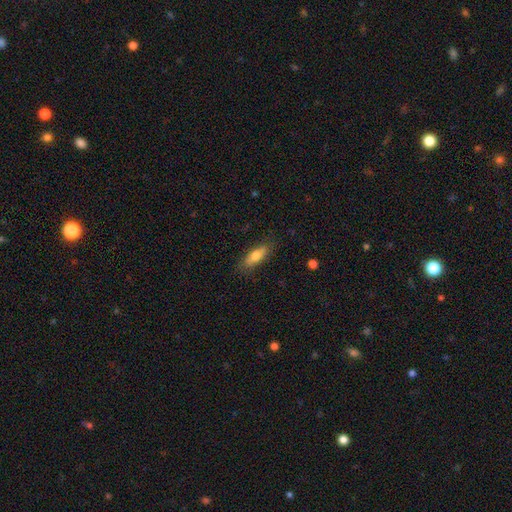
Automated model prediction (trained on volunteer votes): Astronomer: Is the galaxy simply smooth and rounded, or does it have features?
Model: smooth — 71%.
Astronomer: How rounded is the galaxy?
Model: in between — 60% (runner-up: cigar-shaped, 37%).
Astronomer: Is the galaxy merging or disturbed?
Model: none — 82%.